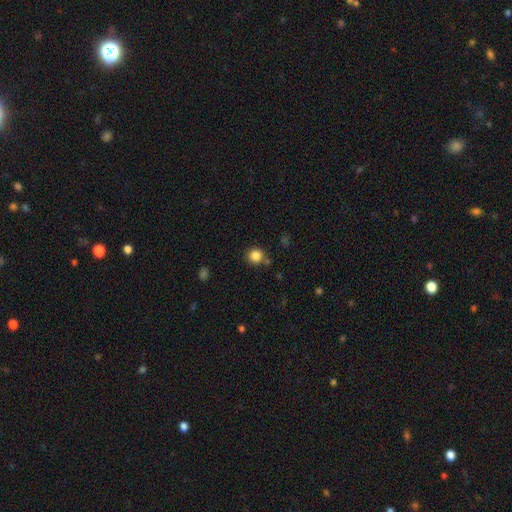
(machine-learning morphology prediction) This appears to be a smooth galaxy with no disk features (84%) that is round (92%). Merging: none (82%).